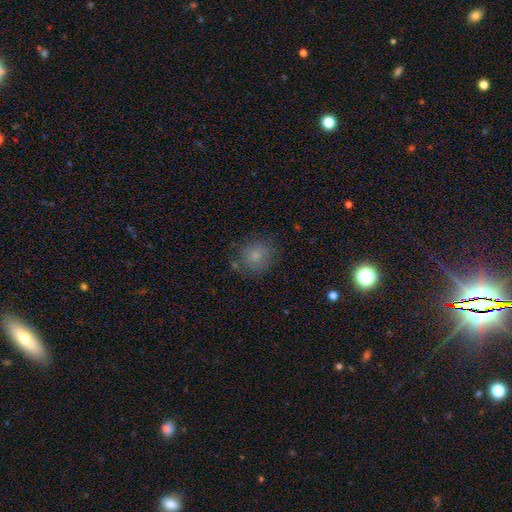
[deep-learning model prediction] The model was most divided on "how rounded": round: 80%, in between: 19%, cigar-shaped: 1%. More confident: smooth or featured — smooth (79%); merging — none (77%).